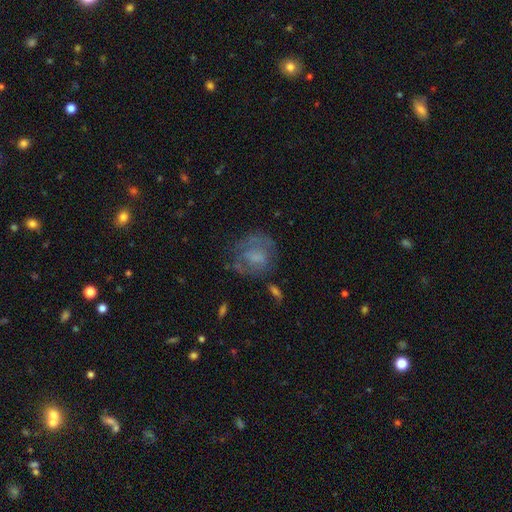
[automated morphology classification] A featured or disk galaxy (47%).

Vote fractions:
- Smooth or featured? featured or disk: 47% / smooth: 42% / star or artifact: 11%
- Merging? none: 56% / minor disturbance: 22% / major disturbance: 19% / merger: 3%